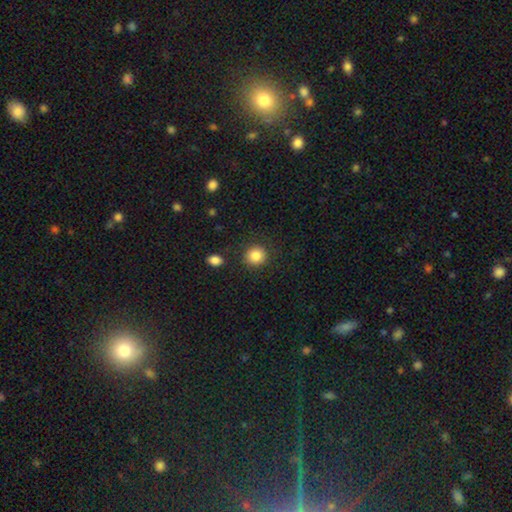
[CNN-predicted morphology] This appears to be a smooth galaxy with no disk features (85%) that is round (88%). Merging: none (87%).